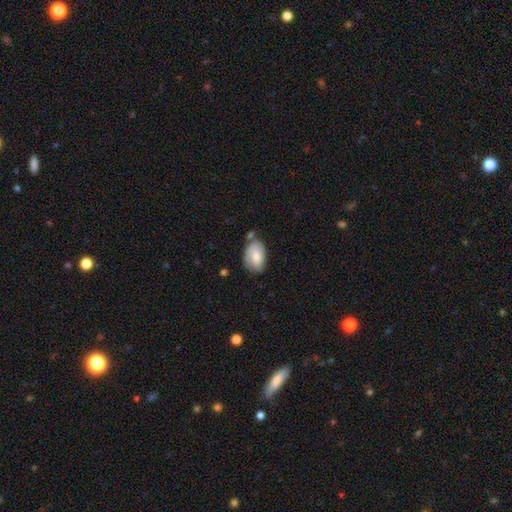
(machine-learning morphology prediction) This is likely a smooth galaxy (74%). How rounded: clearly in between (91%). Merging: possibly none (55%).